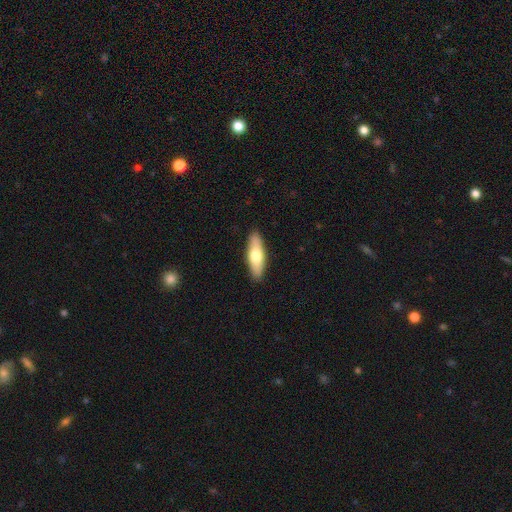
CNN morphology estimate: Q: Smooth or featured?
A: smooth (67%); runner-up: featured or disk (28%)
Q: How rounded?
A: in between (51%); runner-up: cigar-shaped (47%)
Q: Merging?
A: none (90%); runner-up: minor disturbance (8%)